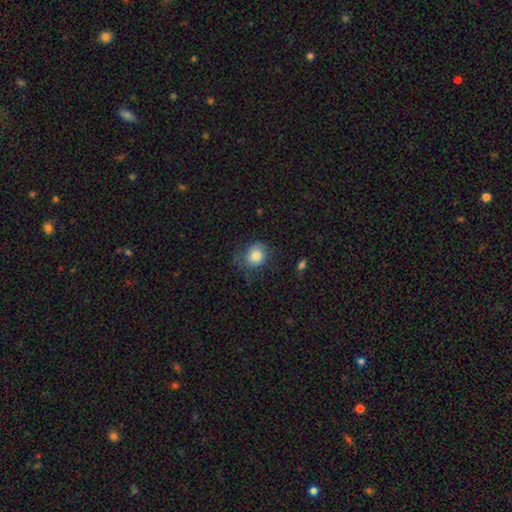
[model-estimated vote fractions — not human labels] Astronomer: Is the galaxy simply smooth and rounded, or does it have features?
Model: smooth — 79%.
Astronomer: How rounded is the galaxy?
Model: round — 71%.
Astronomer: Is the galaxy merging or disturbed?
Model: none — 56%.